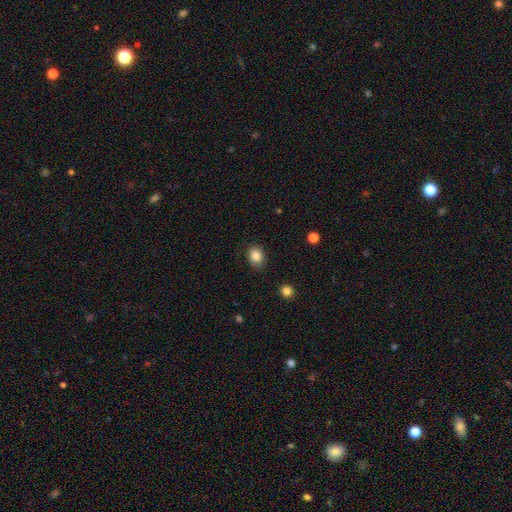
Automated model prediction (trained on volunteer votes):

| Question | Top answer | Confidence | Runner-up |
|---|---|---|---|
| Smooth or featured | smooth | 85% | star or artifact (10%) |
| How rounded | in between | 52% | round (47%) |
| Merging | none | 85% | minor disturbance (11%) |